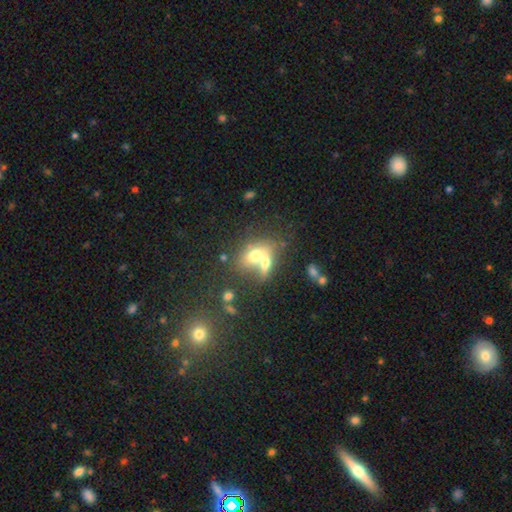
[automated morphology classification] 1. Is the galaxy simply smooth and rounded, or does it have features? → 65% smooth, 24% featured or disk, 11% star or artifact.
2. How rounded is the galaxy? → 73% in between, 20% round, 6% cigar-shaped.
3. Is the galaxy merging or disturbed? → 60% merger, 26% none, 8% minor disturbance, 5% major disturbance.